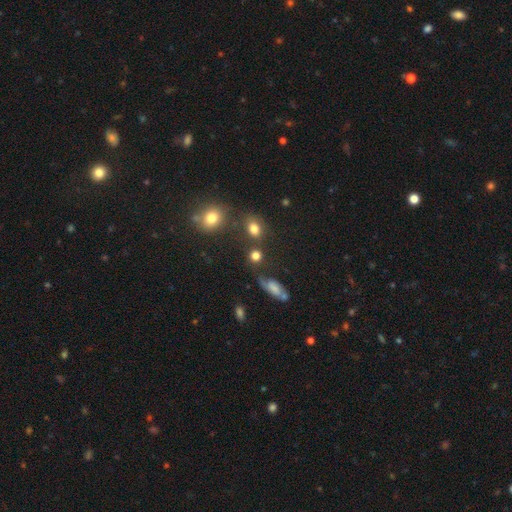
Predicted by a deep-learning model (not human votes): smooth-or-featured: smooth: 77% | star or artifact: 14% | featured or disk: 10%
  how-rounded: round: 76% | in between: 22% | cigar-shaped: 2%
  merging: none: 64% | minor disturbance: 15% | merger: 13% | major disturbance: 8%